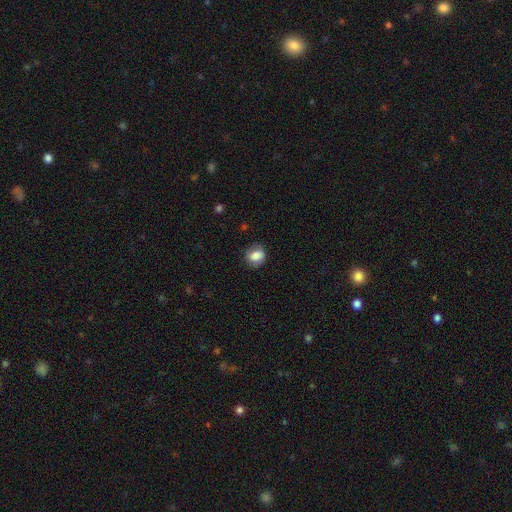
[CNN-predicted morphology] Q: Smooth or featured?
A: smooth (75%); runner-up: featured or disk (16%)
Q: How rounded?
A: round (64%); runner-up: in between (35%)
Q: Merging?
A: none (76%); runner-up: minor disturbance (17%)